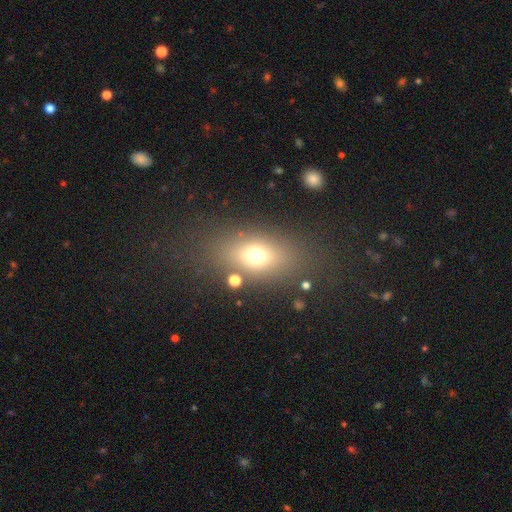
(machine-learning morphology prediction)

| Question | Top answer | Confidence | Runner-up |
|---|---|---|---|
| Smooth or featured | smooth | 68% | star or artifact (16%) |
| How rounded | in between | 72% | round (24%) |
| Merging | none | 76% | minor disturbance (11%) |